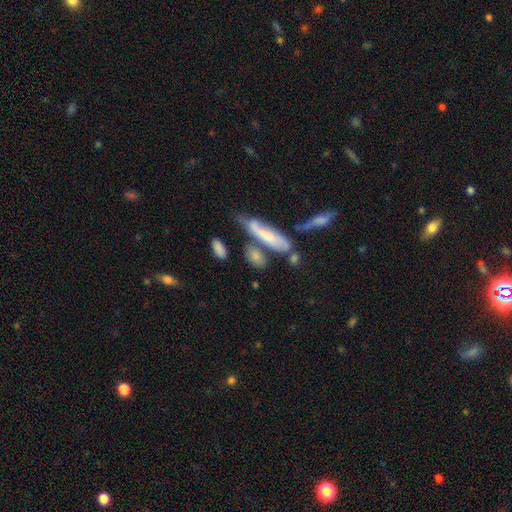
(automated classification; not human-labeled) smooth_or_featured: smooth (p=0.72) [alt: featured or disk p=0.21]
how_rounded: in between (p=0.63) [alt: cigar-shaped p=0.32]
merging: none (p=0.48) [alt: merger p=0.24]